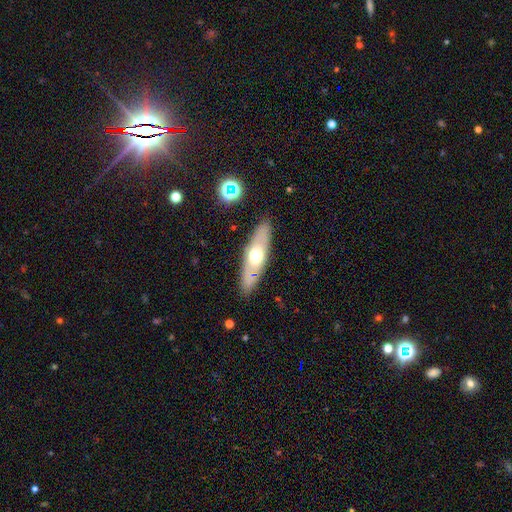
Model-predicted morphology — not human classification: Overall: smooth (49%; featured or disk 45%). Merging: none (86%).